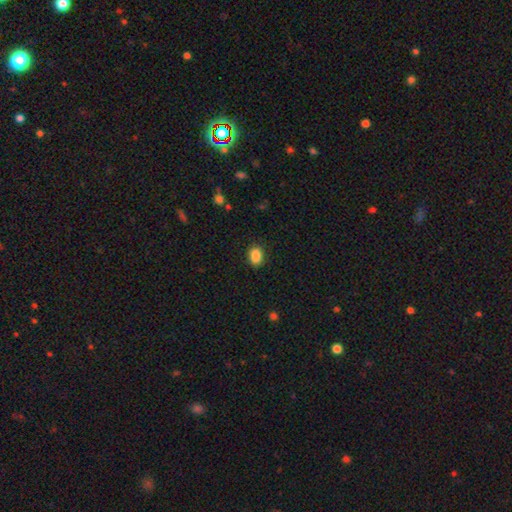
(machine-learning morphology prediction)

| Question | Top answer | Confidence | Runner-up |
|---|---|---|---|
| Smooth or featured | smooth | 88% | star or artifact (8%) |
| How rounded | in between | 79% | round (20%) |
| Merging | none | 86% | minor disturbance (10%) |